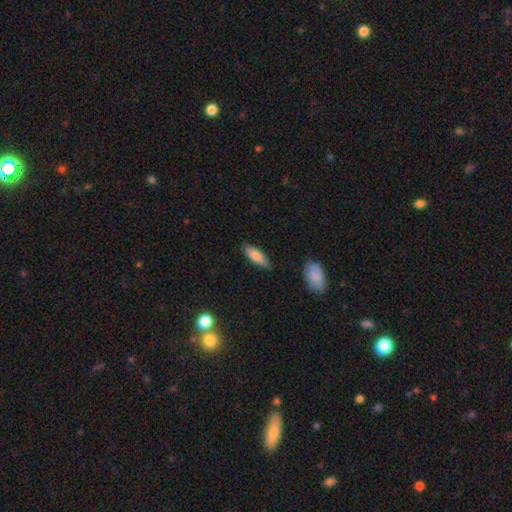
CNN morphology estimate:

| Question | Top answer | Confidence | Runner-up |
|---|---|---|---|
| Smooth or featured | smooth | 79% | featured or disk (15%) |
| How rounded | in between | 65% | cigar-shaped (33%) |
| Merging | none | 71% | minor disturbance (23%) |